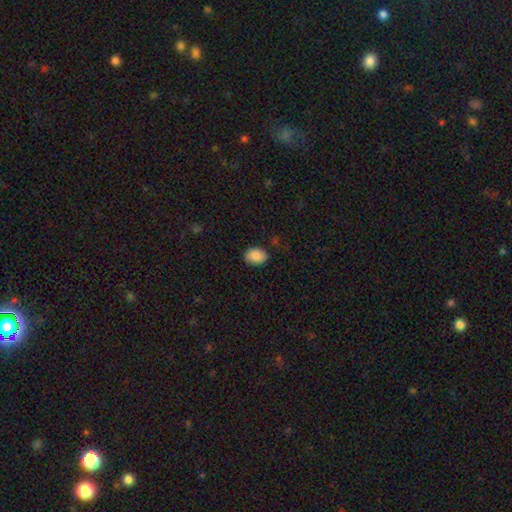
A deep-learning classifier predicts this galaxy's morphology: This is clearly a smooth galaxy (88%). How rounded: likely in between (68%). Merging: clearly none (85%).